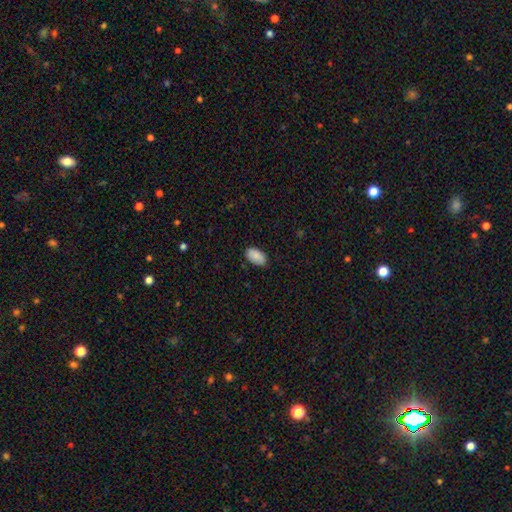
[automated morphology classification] This appears to be a smooth galaxy with no disk features (88%) that is in between round and cigar-shaped (95%). Merging: none (85%).